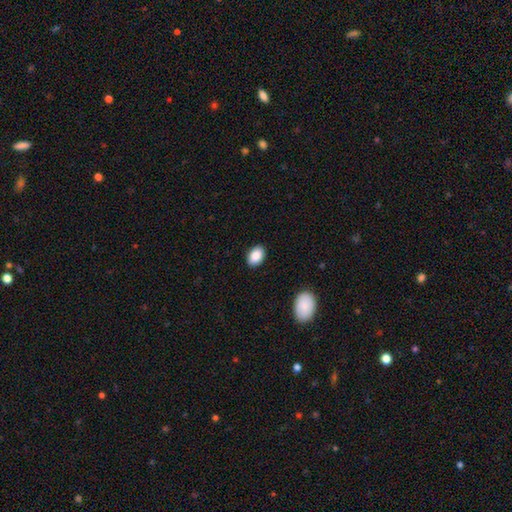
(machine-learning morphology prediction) A smooth galaxy with no disk features (88%) that is in between round and cigar-shaped (84%). Merging: none (90%).